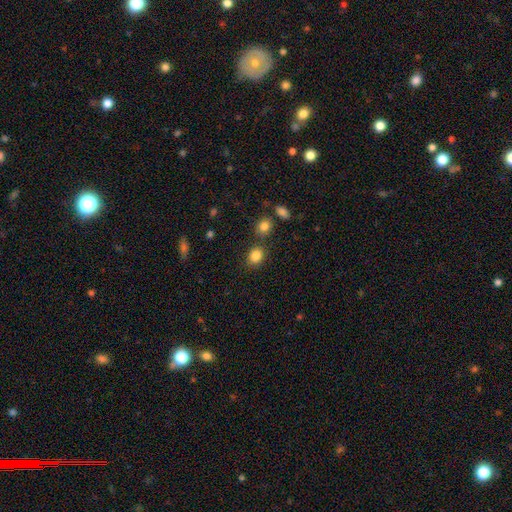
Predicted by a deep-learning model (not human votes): Smooth or featured: smooth — 85% (star or artifact — 10%)
How rounded: round — 54% (in between — 45%)
Merging: none — 74% (minor disturbance — 12%)